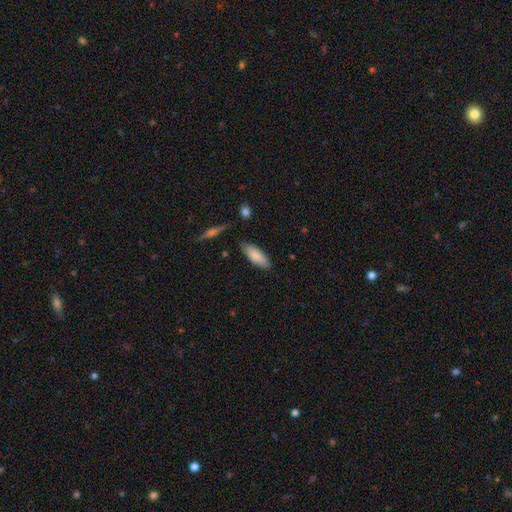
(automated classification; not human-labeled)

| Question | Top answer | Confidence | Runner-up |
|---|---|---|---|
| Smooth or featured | smooth | 83% | featured or disk (10%) |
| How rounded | in between | 70% | cigar-shaped (28%) |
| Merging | none | 83% | minor disturbance (12%) |